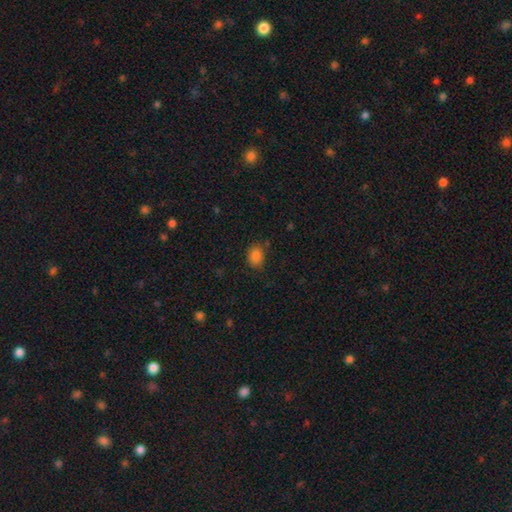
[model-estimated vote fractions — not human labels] Morphology: type=smooth (85%); roundness=in between (65%); merging=none (76%).